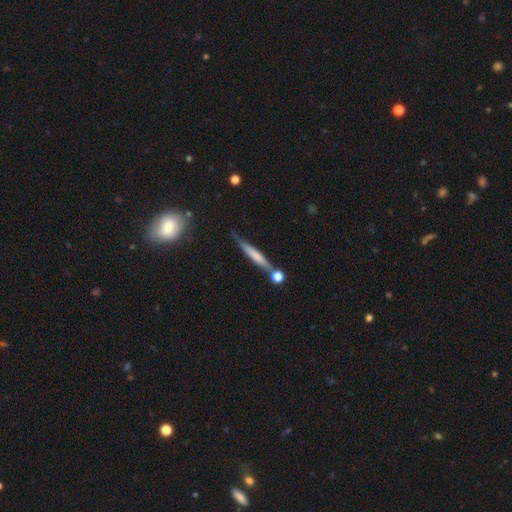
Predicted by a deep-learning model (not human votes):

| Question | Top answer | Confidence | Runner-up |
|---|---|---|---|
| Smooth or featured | smooth | 55% | featured or disk (38%) |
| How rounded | cigar-shaped | 92% | in between (5%) |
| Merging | none | 67% | minor disturbance (16%) |